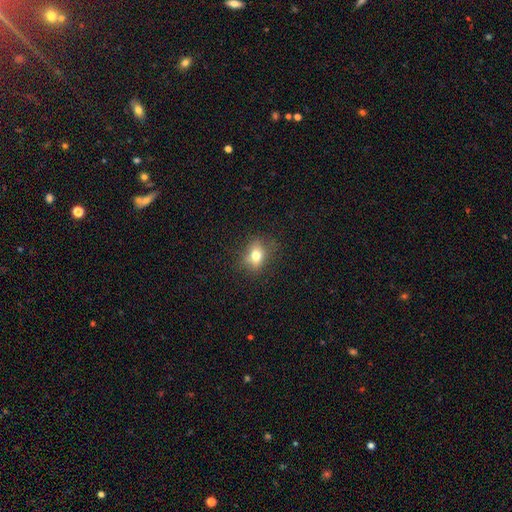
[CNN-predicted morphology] Q: Smooth or featured?
A: smooth (72%); runner-up: featured or disk (14%)
Q: How rounded?
A: in between (57%); runner-up: round (41%)
Q: Merging?
A: none (76%); runner-up: minor disturbance (17%)